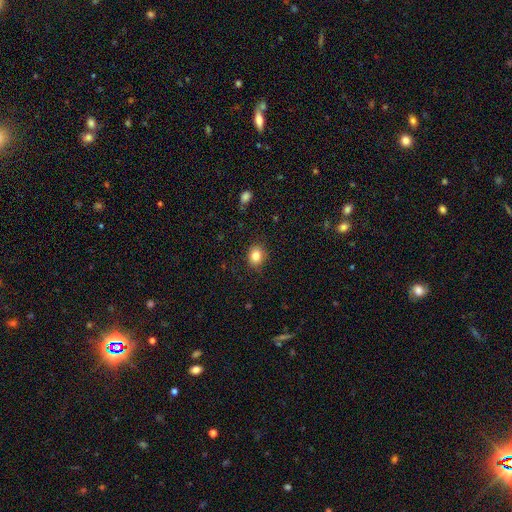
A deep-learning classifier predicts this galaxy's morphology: This appears to be a smooth galaxy with no disk features (84%) that is round (59%). Merging: none (85%).